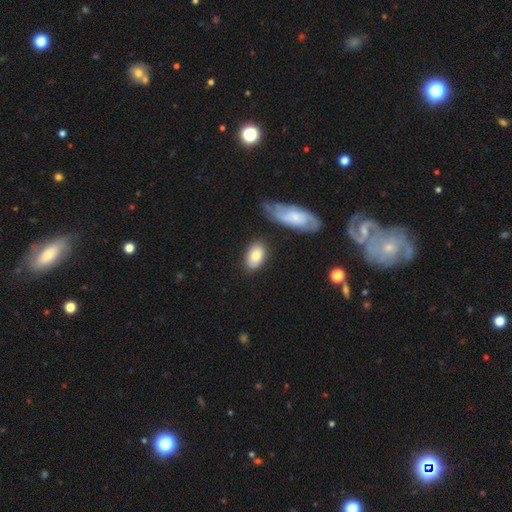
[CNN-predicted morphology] smooth_or_featured: smooth (p=0.76) [alt: featured or disk p=0.18]
how_rounded: in between (p=0.89) [alt: round p=0.08]
merging: none (p=0.75) [alt: minor disturbance p=0.14]